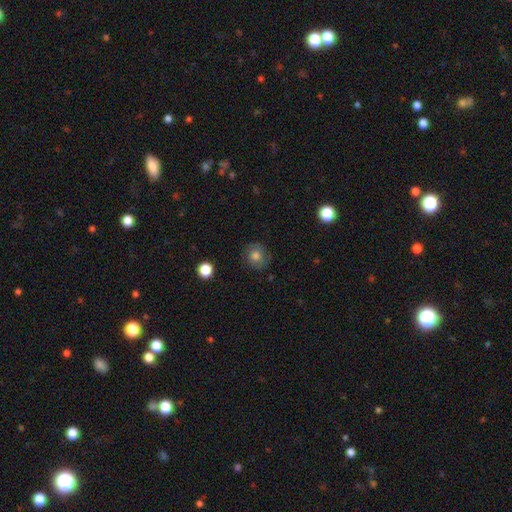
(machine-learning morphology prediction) type=smooth (68%); roundness=round (86%); merging=none (80%).